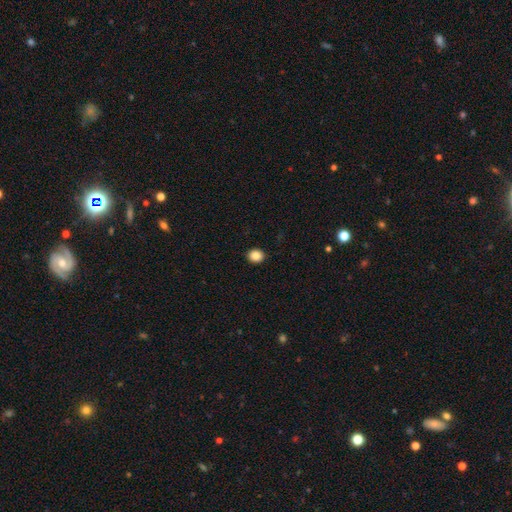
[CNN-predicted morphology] Smooth or featured: smooth — 87% (star or artifact — 9%)
How rounded: round — 71% (in between — 28%)
Merging: none — 92% (minor disturbance — 5%)